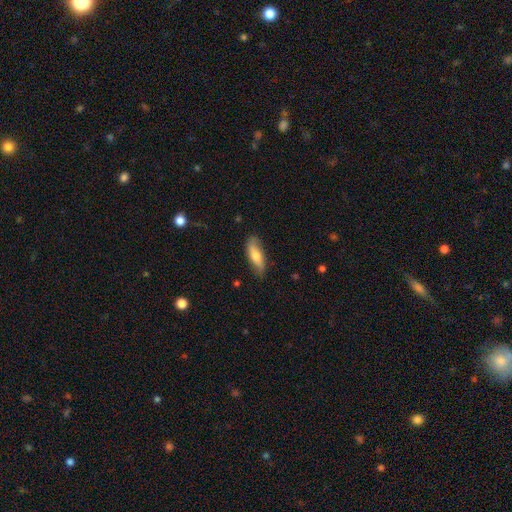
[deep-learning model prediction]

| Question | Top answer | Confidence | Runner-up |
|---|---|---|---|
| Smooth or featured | smooth | 66% | featured or disk (28%) |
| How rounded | in between | 59% | cigar-shaped (39%) |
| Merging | none | 78% | minor disturbance (17%) |